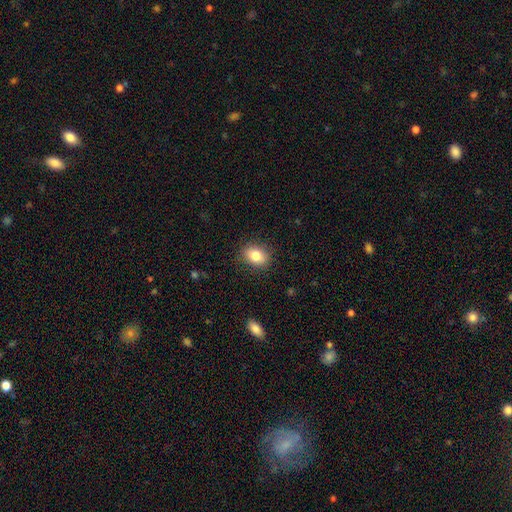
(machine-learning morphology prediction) This appears to be a smooth galaxy with no disk features (82%) that is in between round and cigar-shaped (66%). Merging: none (87%).